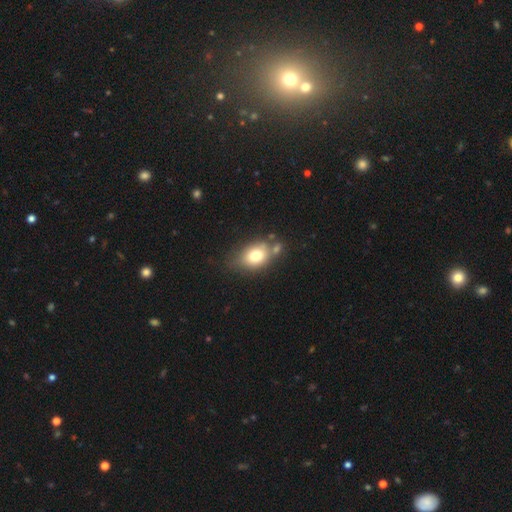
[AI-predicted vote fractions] Smooth or featured? Predicted: smooth (p=0.74). How rounded? Predicted: in between (p=0.72). Merging? Predicted: none (p=0.51).